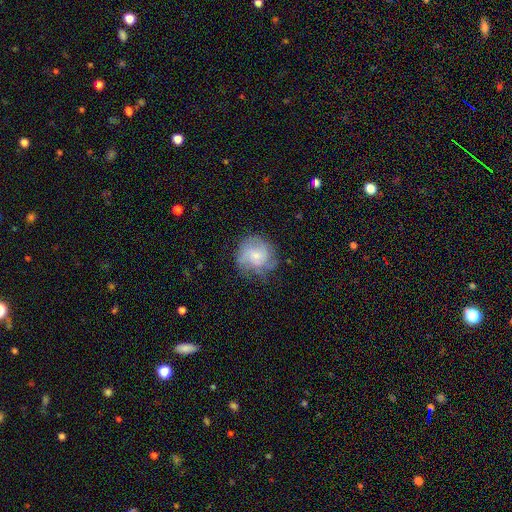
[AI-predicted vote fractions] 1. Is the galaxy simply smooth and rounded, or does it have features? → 54% featured or disk, 37% smooth, 9% star or artifact.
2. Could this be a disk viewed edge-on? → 98% no, 2% yes.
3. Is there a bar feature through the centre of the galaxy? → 71% no, 26% weak, 3% strong.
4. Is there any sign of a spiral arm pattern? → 79% yes, 21% no.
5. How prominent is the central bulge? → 45% small, 40% moderate, 8% none, 5% large, 1% dominant.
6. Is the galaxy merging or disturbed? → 60% none, 25% minor disturbance, 14% major disturbance, 2% merger.